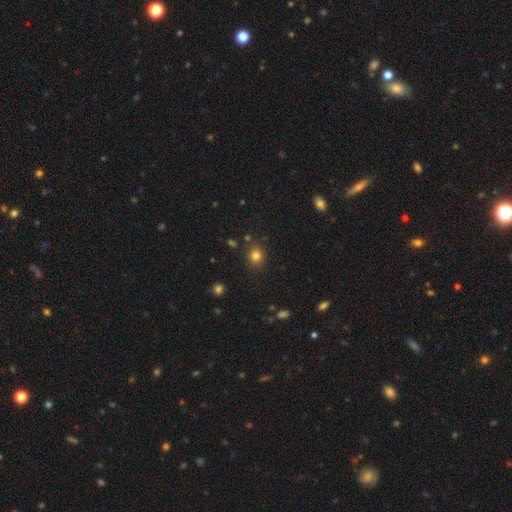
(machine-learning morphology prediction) Smooth or featured? Predicted: smooth (p=0.81). How rounded? Predicted: round (p=0.76). Merging? Predicted: none (p=0.85).